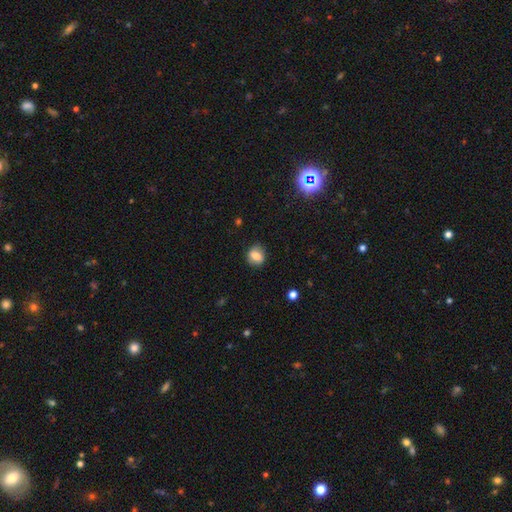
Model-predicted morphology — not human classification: A smooth galaxy with no disk features (70%) that is round (71%). Merging: none (82%).